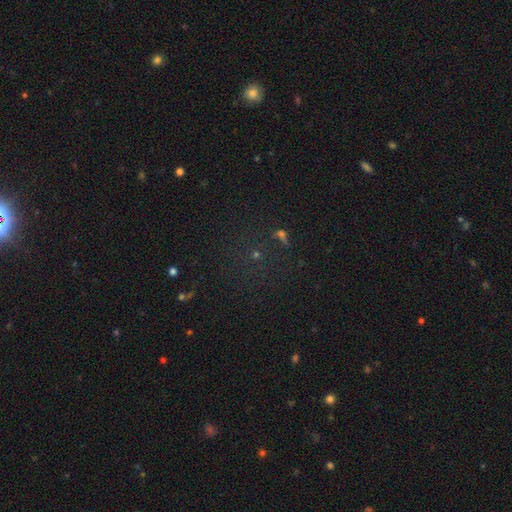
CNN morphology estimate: Smooth or featured? Predicted: star or artifact (p=0.57).